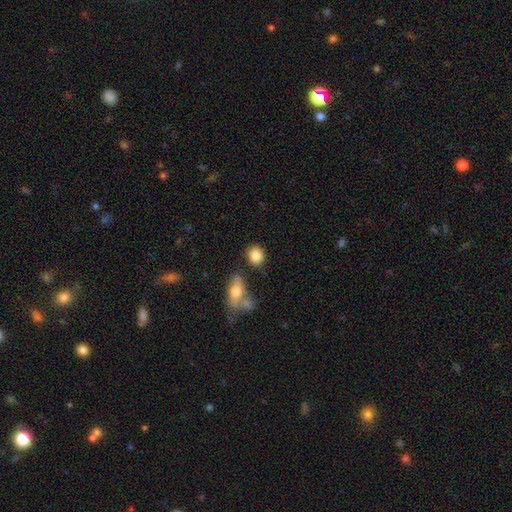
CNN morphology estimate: Smooth or featured? smooth (85%)
How rounded? round (71%)
Merging? none (76%)